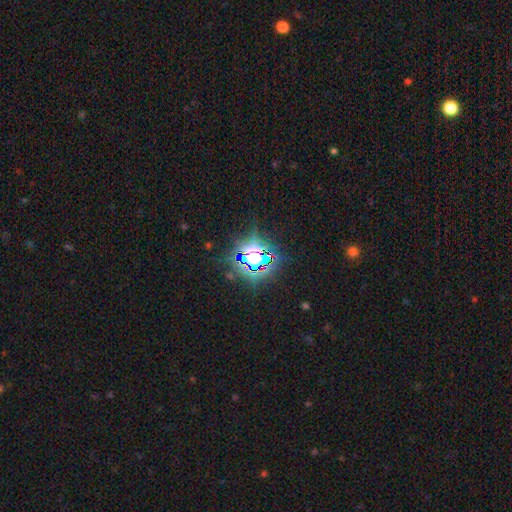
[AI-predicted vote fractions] Smooth or featured? Predicted: star or artifact (p=0.74).